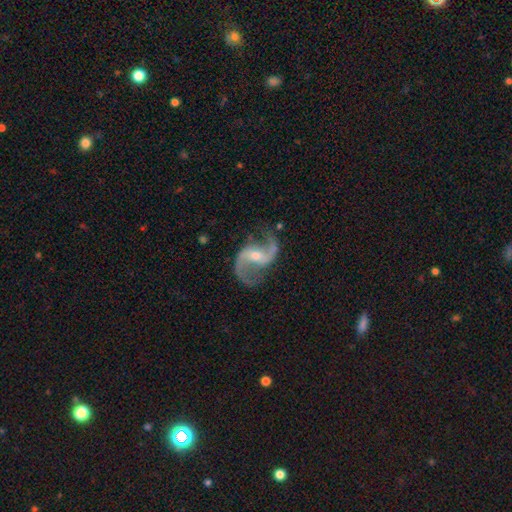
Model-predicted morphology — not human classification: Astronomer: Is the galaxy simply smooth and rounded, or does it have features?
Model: featured or disk — 92%.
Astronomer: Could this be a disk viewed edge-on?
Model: no — 98%.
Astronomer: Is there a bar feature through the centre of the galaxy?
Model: weak — 41% (runner-up: no, 33%).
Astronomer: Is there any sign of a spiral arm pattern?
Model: yes — 98%.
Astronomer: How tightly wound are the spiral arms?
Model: loose — 60%.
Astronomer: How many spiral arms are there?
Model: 2 — 94%.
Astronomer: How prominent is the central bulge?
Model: small — 53% (runner-up: moderate, 43%).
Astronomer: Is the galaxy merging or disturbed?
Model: none — 79%.